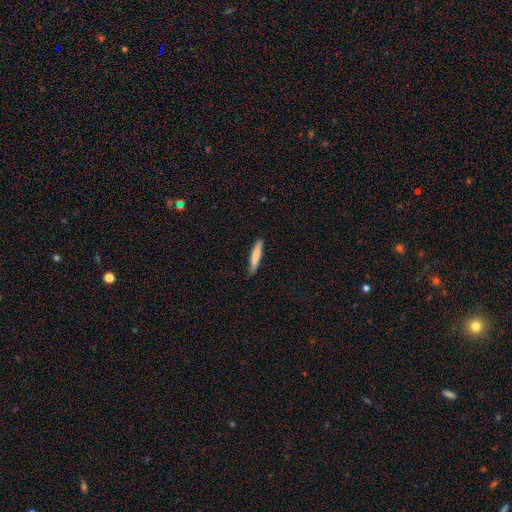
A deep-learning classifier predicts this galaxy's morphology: type=smooth (79%); roundness=cigar-shaped (91%); merging=none (82%).